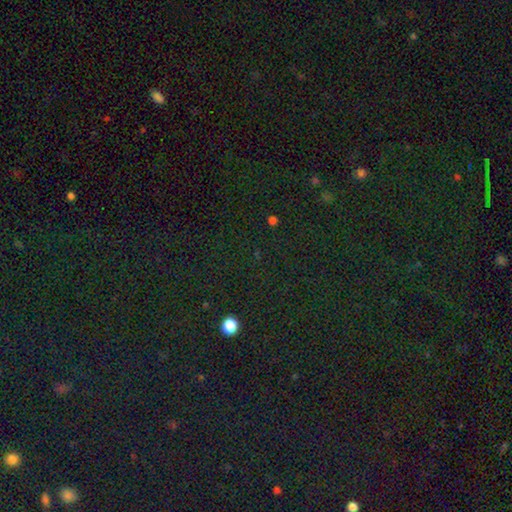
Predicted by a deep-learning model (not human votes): Smooth or featured: star or artifact — 81% (smooth — 12%)